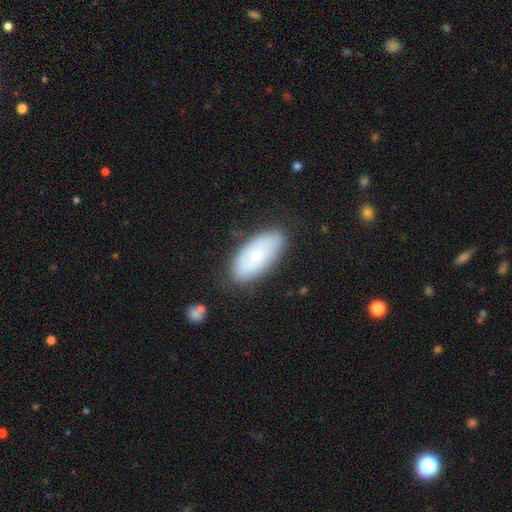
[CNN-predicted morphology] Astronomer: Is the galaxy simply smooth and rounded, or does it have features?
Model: smooth — 62%.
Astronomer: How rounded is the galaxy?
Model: in between — 91%.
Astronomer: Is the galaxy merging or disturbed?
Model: none — 79%.